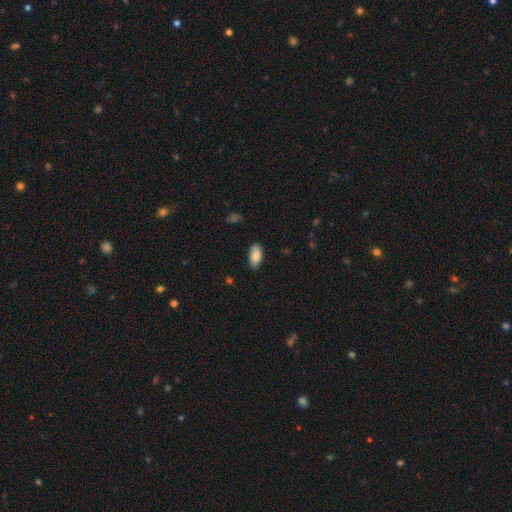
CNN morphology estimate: Smooth or featured? smooth (83%)
How rounded? in between (89%)
Merging? none (82%)